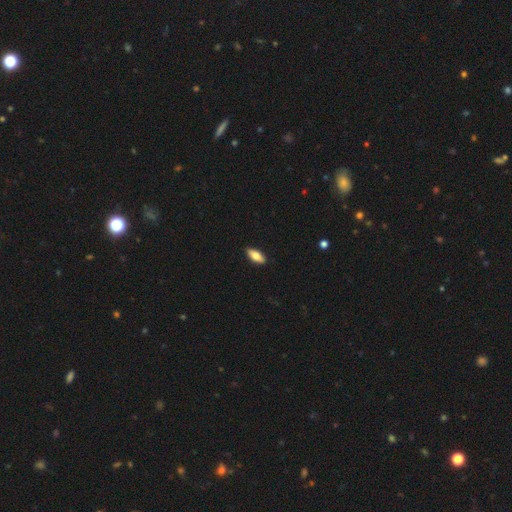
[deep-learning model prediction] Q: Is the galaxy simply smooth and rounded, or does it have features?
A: smooth — 78%.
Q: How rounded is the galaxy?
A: in between — 83%.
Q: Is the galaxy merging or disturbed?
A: none — 90%.